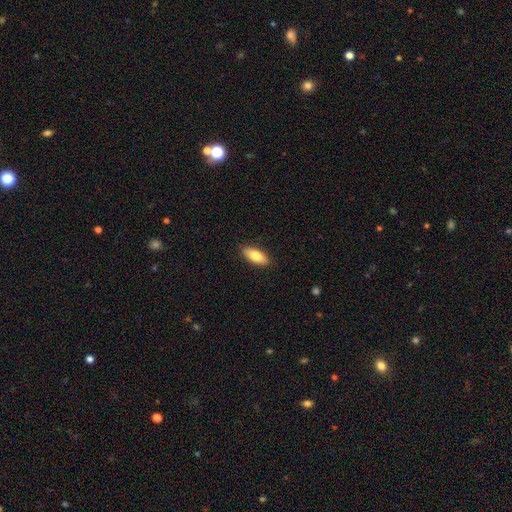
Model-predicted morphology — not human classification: type=smooth (78%); roundness=in between (84%); merging=none (89%).